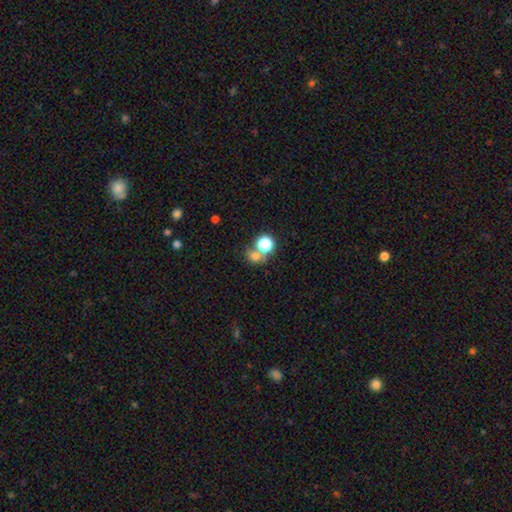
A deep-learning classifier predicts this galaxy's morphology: Smooth or featured? Predicted: smooth (p=0.69). How rounded? Predicted: round (p=0.74). Merging? Predicted: none (p=0.50).